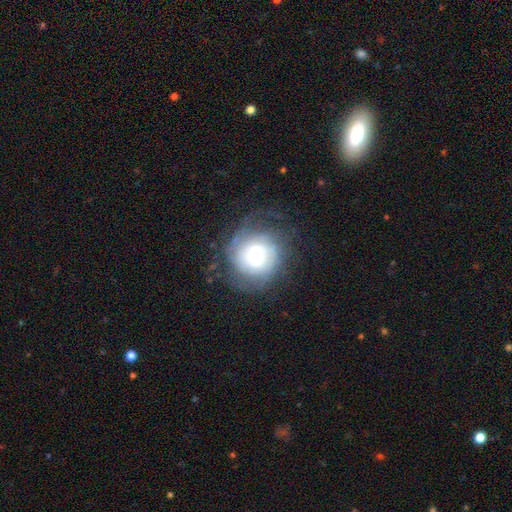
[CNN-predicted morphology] featured or disk 68%, smooth 24%, star or artifact 8%. Down the decision tree: edge-on disk — no (96%); bar — weak (53%); spiral arms — yes (80%); spiral arm count — can't tell (43%); spiral winding — tight (56%); bulge size — moderate (60%); merging — none (62%).